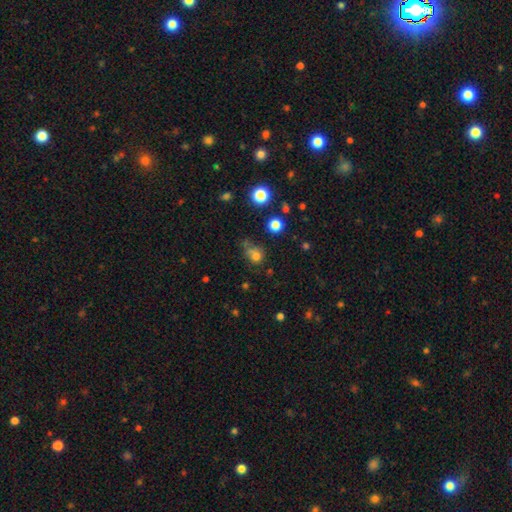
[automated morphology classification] Smooth or featured? Predicted: smooth (p=0.73). How rounded? Predicted: round (p=0.81). Merging? Predicted: none (p=0.57).